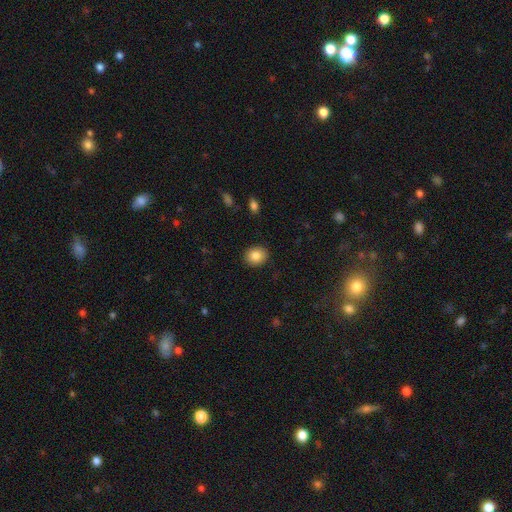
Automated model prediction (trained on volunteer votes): Smooth or featured?
  - smooth: 85% *
  - star or artifact: 9%
  - featured or disk: 6%
How rounded?
  - round: 61% *
  - in between: 38%
  - cigar-shaped: 1%
Merging?
  - none: 90% *
  - minor disturbance: 7%
  - major disturbance: 2%
  - merger: 1%